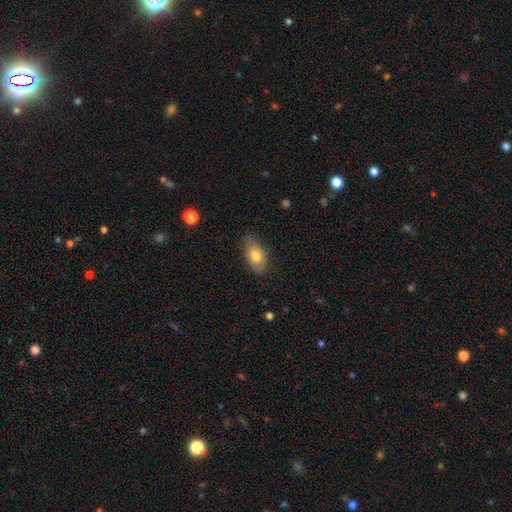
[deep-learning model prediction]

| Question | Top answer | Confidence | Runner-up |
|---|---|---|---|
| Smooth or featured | smooth | 74% | featured or disk (19%) |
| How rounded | in between | 90% | round (6%) |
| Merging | none | 80% | minor disturbance (16%) |